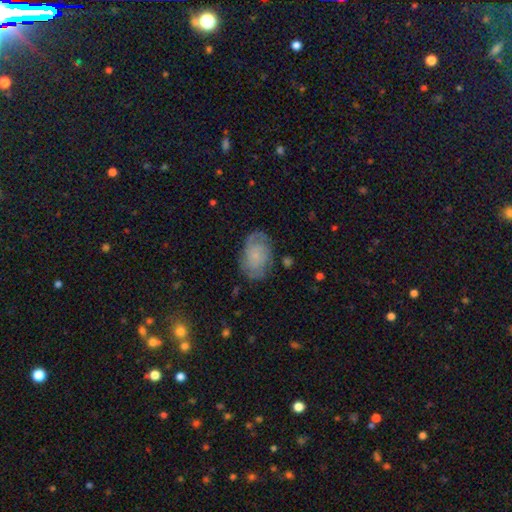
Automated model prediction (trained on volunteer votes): Smooth or featured? featured or disk (60%)
Edge-on disk? no (97%)
Bar? no (78%)
Spiral arms? yes (88%)
Spiral winding? tight (54%)
Spiral arm count? can't tell (36%, tied with 2)
Bulge size? small (69%)
Merging? none (71%)